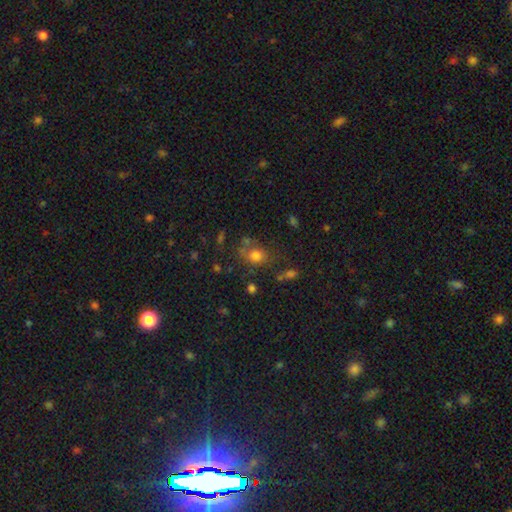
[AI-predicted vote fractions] smooth_or_featured: smooth (p=0.73) [alt: star or artifact p=0.15]
how_rounded: round (p=0.64) [alt: in between p=0.34]
merging: none (p=0.60) [alt: minor disturbance p=0.18]